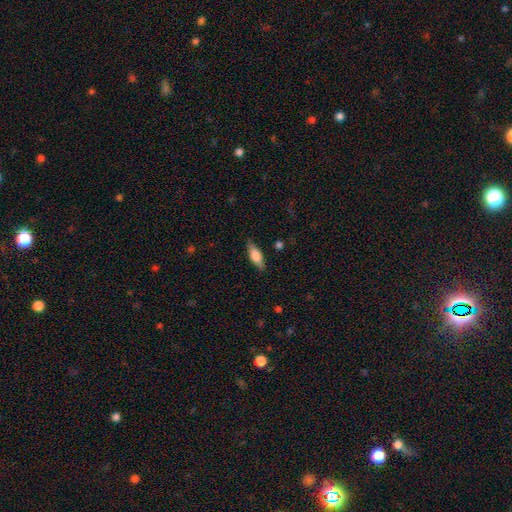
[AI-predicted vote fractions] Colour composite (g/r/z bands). It shows a smooth galaxy with no disk features (65%) that is in between round and cigar-shaped (64%). Merging: none (84%).